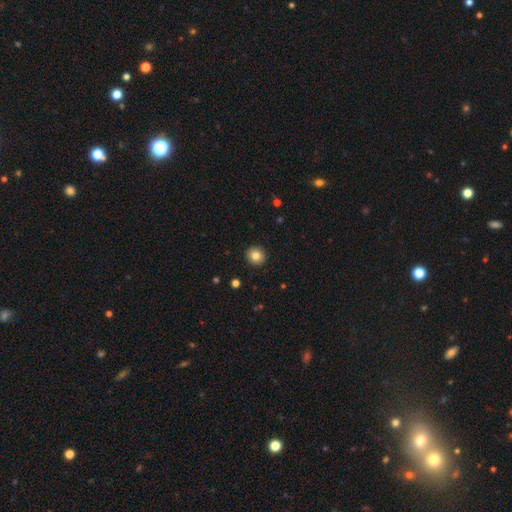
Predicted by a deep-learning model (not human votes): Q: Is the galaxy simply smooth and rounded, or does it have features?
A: smooth — 83%.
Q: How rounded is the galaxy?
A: round — 91%.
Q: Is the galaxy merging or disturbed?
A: none — 92%.